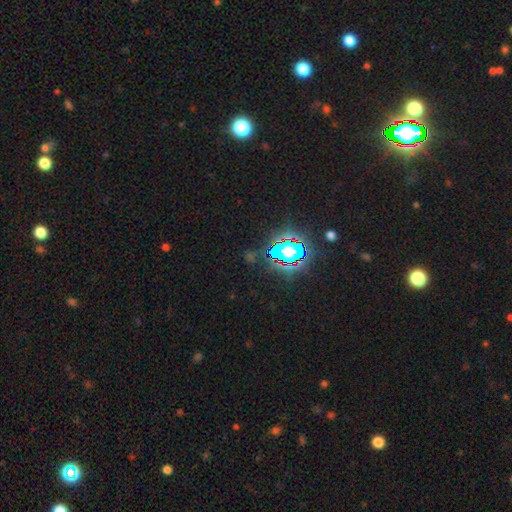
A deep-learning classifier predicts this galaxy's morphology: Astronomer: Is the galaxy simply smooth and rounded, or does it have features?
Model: star or artifact — 76%.